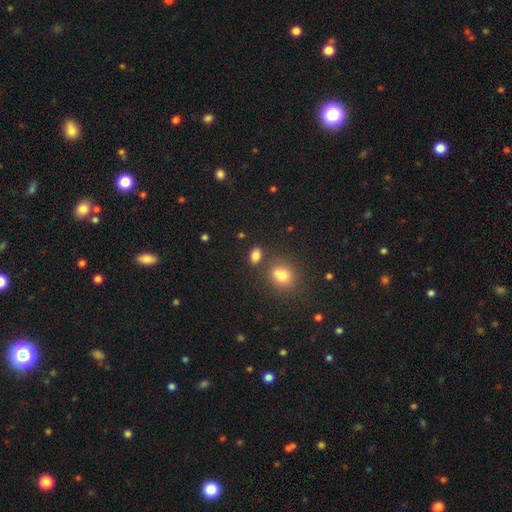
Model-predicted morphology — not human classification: smooth_or_featured: smooth (p=0.82) [alt: star or artifact p=0.12]
how_rounded: in between (p=0.79) [alt: round p=0.19]
merging: none (p=0.74) [alt: merger p=0.12]